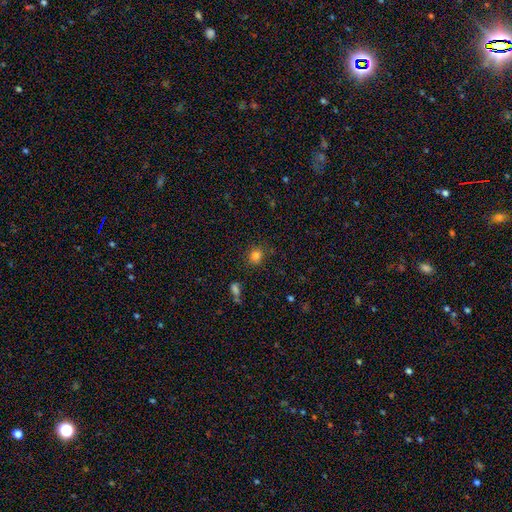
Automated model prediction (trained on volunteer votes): Smooth or featured: smooth — 81% (star or artifact — 14%)
How rounded: round — 84% (in between — 15%)
Merging: none — 84% (minor disturbance — 11%)